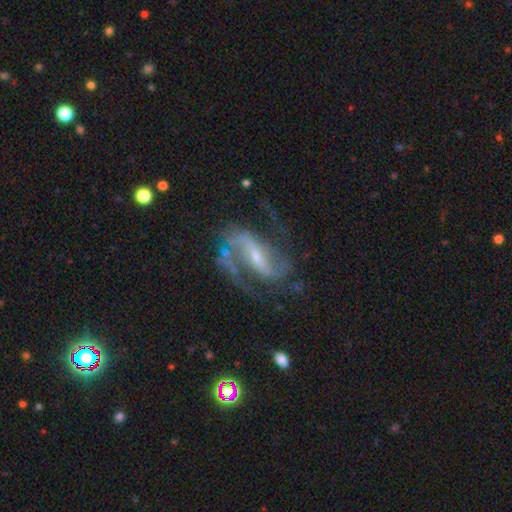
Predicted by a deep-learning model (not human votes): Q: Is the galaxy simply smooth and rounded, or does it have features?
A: featured or disk — 89%.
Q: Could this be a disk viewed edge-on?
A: no — 96%.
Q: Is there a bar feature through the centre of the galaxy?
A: strong — 48%.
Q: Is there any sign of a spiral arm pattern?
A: yes — 97%.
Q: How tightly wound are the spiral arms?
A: medium — 52%.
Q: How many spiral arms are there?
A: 2 — 90%.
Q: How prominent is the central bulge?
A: small — 63%.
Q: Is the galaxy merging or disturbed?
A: none — 64%.